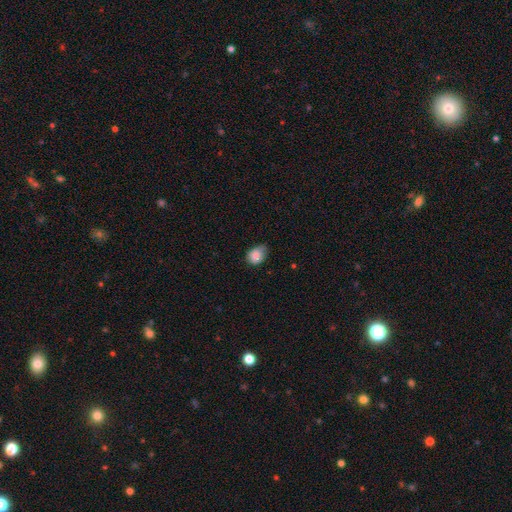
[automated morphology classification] Smooth or featured: smooth — 84% (star or artifact — 9%)
How rounded: in between — 60% (round — 39%)
Merging: none — 48% (minor disturbance — 40%)